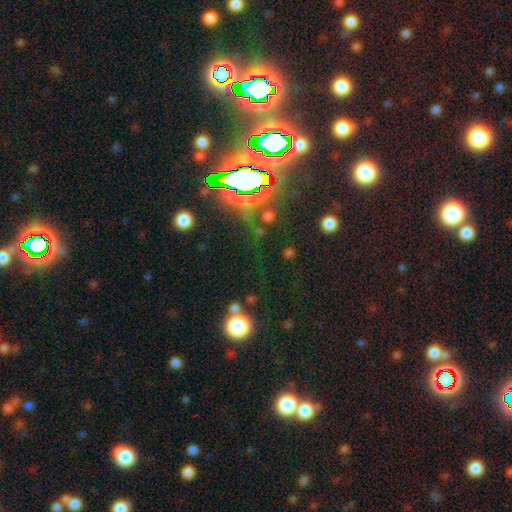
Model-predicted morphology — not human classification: Smooth or featured?
  - star or artifact: 80% *
  - smooth: 12%
  - featured or disk: 8%